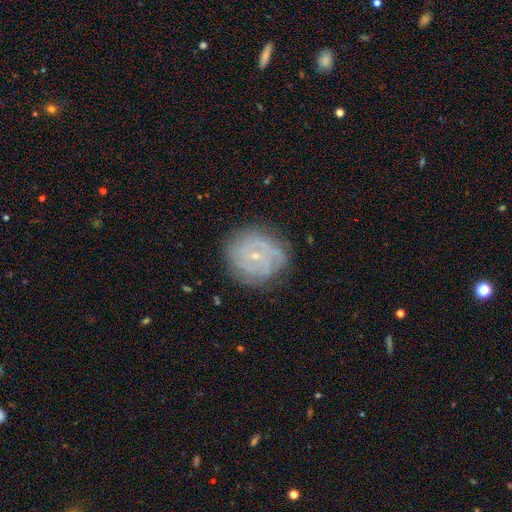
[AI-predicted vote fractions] Smooth or featured? Predicted: featured or disk (p=0.75). Edge-on disk? Predicted: no (p=0.97). Bar? Predicted: no (p=0.66). Spiral arms? Predicted: yes (p=0.92). Spiral winding? Predicted: tight (p=0.74). Spiral arm count? Predicted: can't tell (p=0.35). Bulge size? Predicted: small (p=0.81). Merging? Predicted: none (p=0.79).